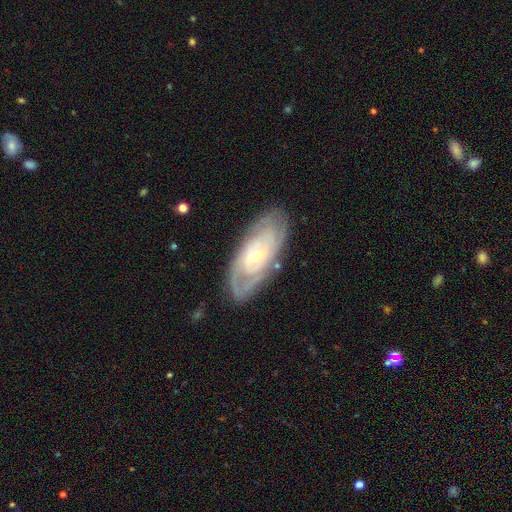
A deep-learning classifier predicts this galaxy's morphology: smooth-or-featured: featured or disk: 81% | smooth: 14% | star or artifact: 6%
  disk-edge-on: no: 91% | yes: 9%
    bar: no: 43% (tied) | weak: 43% (tied) | strong: 14%
    has-spiral-arms: yes: 91% | no: 9%
      spiral-winding: tight: 68% | medium: 26% | loose: 6%
      spiral-arm-count: can't tell: 42% | 2: 30% | 3: 13% | 4: 7% | 1: 4% | more than 4: 4%
    bulge-size: small: 58% | moderate: 37% | large: 2% | none: 1% | dominant: 1%
  merging: none: 79% | minor disturbance: 15% | major disturbance: 4% | merger: 2%